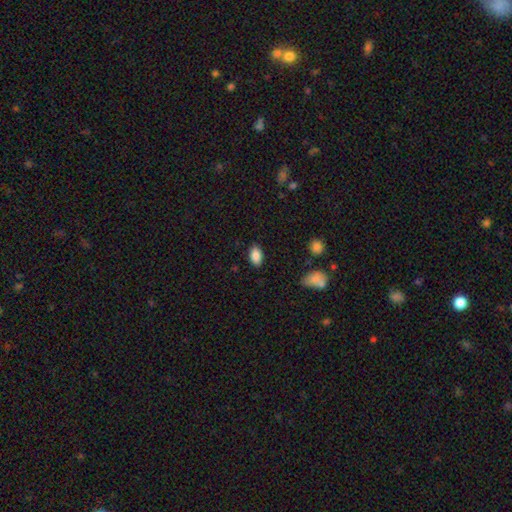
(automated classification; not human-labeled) The model was most divided on "merging": none: 86%, minor disturbance: 11%, major disturbance: 3%, merger: 1%. More confident: how rounded — in between (91%); smooth or featured — smooth (87%).